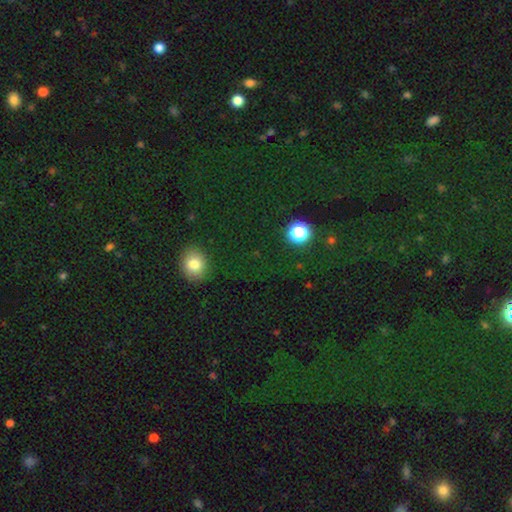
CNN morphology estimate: Smooth or featured: smooth — 61% (star or artifact — 33%)
How rounded: round — 77% (in between — 21%)
Merging: none — 89% (minor disturbance — 6%)